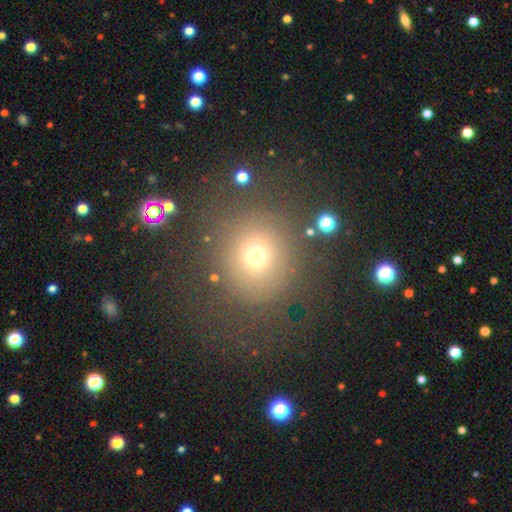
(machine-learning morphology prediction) Smooth or featured?
  - smooth: 68% *
  - star or artifact: 21%
  - featured or disk: 11%
How rounded?
  - round: 90% *
  - in between: 9%
  - cigar-shaped: 1%
Merging?
  - none: 77% *
  - minor disturbance: 10%
  - major disturbance: 10%
  - merger: 3%